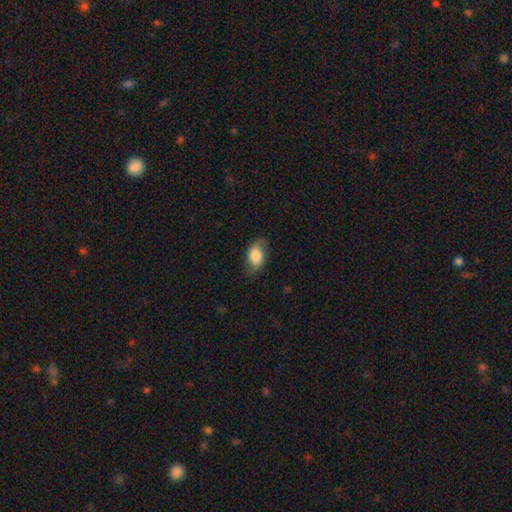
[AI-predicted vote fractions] Q: Smooth or featured?
A: smooth (74%); runner-up: featured or disk (19%)
Q: How rounded?
A: in between (88%); runner-up: round (10%)
Q: Merging?
A: none (70%); runner-up: minor disturbance (22%)